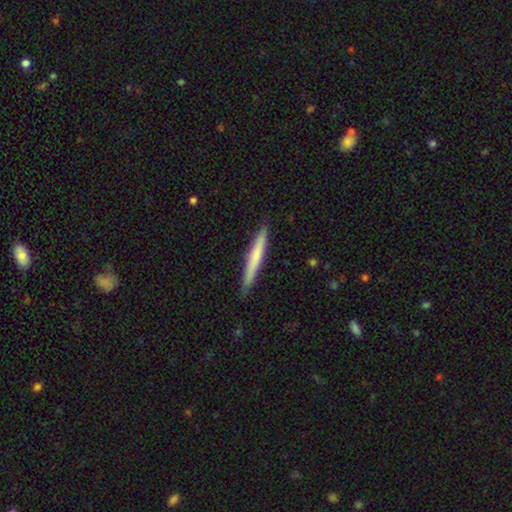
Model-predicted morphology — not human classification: type=smooth (60%); roundness=cigar-shaped (96%); merging=none (88%).